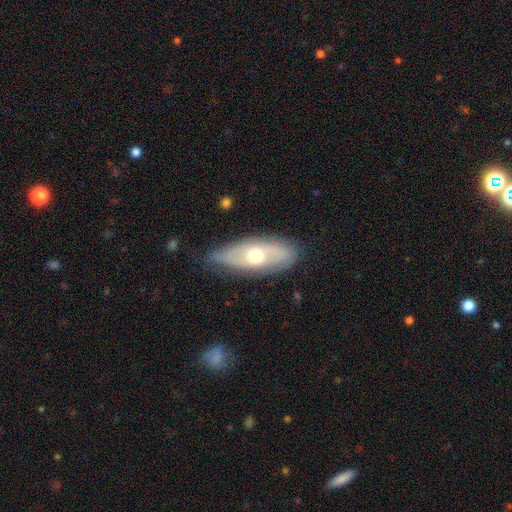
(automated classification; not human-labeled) A featured or disk galaxy (48%).

Vote fractions:
- Smooth or featured? featured or disk: 48% / smooth: 45% / star or artifact: 6%
- Merging? none: 73% / minor disturbance: 21% / major disturbance: 5% / merger: 1%